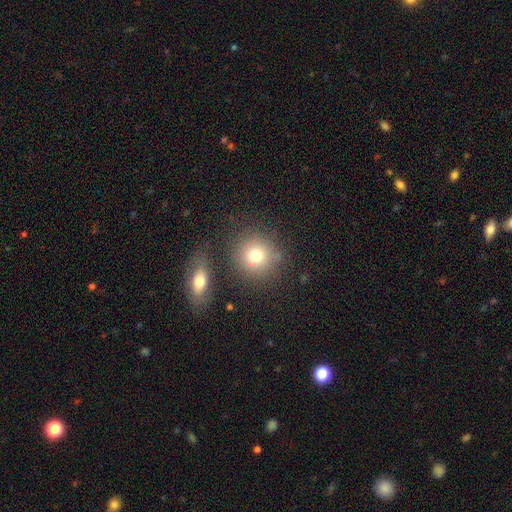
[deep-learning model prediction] Smooth or featured? smooth (75%)
How rounded? round (89%)
Merging? none (75%)